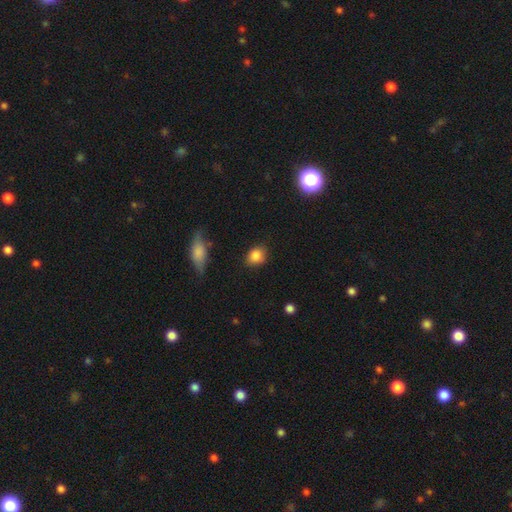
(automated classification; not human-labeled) smooth-or-featured: smooth: 85% | star or artifact: 9% | featured or disk: 6%
  how-rounded: round: 58% | in between: 40% | cigar-shaped: 2%
  merging: none: 80% | minor disturbance: 15% | major disturbance: 3% | merger: 2%